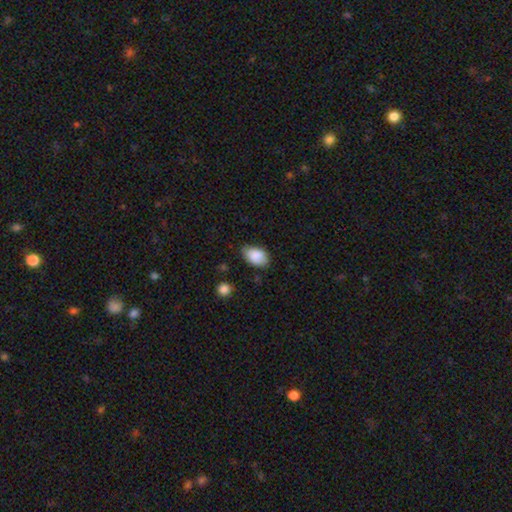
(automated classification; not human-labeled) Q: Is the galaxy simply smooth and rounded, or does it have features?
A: smooth — 88%.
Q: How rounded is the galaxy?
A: in between — 89%.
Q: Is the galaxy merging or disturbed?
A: none — 70%.